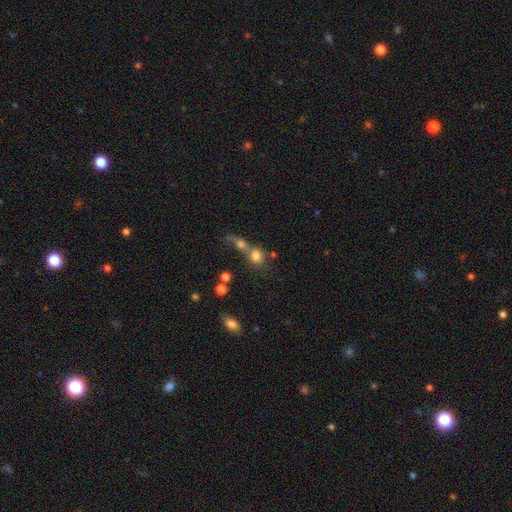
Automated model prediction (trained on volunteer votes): This is likely a smooth galaxy (74%). How rounded: likely round (79%). Merging: possibly merger (54%).